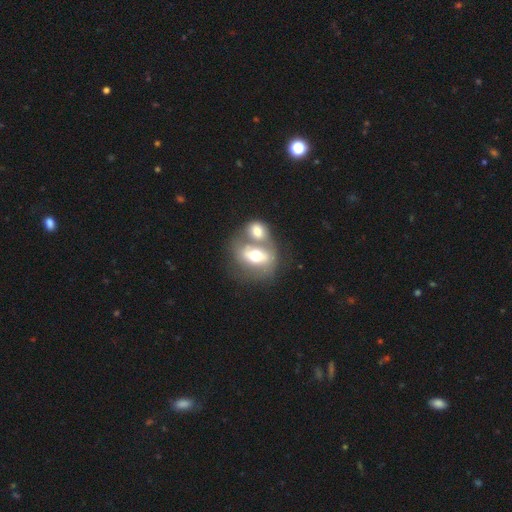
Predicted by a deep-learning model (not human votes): A smooth galaxy with no disk features (51%) that is in between round and cigar-shaped (68%).

Vote fractions:
- Smooth or featured? smooth: 51% / featured or disk: 42% / star or artifact: 7%
- How rounded? in between: 68% / round: 29% / cigar-shaped: 2%
- Merging? merger: 64% / none: 21% / minor disturbance: 8% / major disturbance: 6%